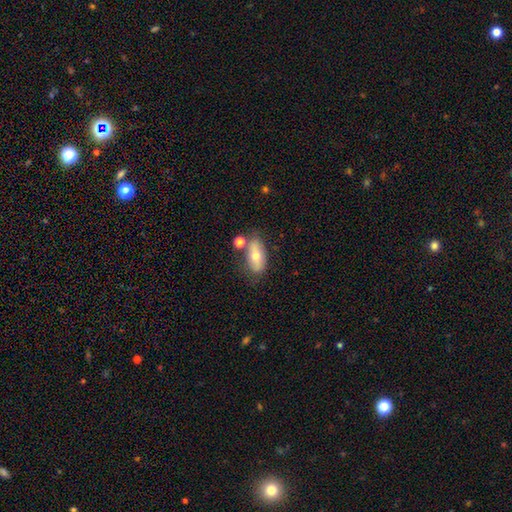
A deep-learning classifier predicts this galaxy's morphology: smooth-or-featured: smooth: 62% | featured or disk: 30% | star or artifact: 8%
  how-rounded: in between: 84% | cigar-shaped: 10% | round: 6%
  merging: none: 64% | minor disturbance: 16% | merger: 15% | major disturbance: 5%